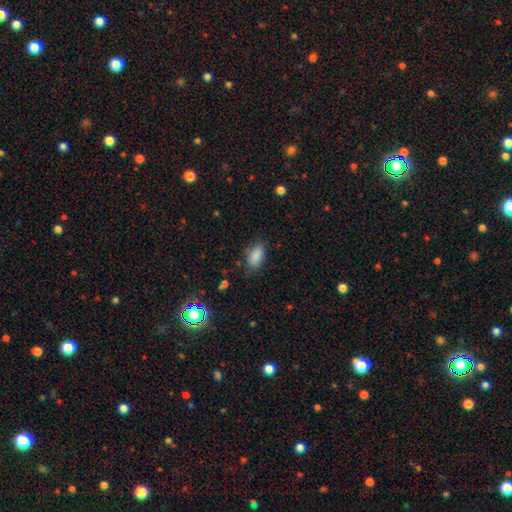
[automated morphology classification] Overall: smooth (86%). How rounded: in between (90%). Merging: none (74%).